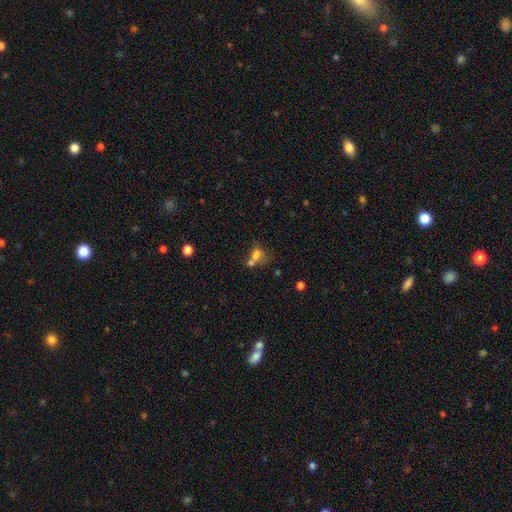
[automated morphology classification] smooth-or-featured: smooth: 69% | featured or disk: 16% | star or artifact: 15%
  how-rounded: in between: 68% | round: 29% | cigar-shaped: 4%
  merging: merger: 50% | none: 26% | minor disturbance: 12% | major disturbance: 12%